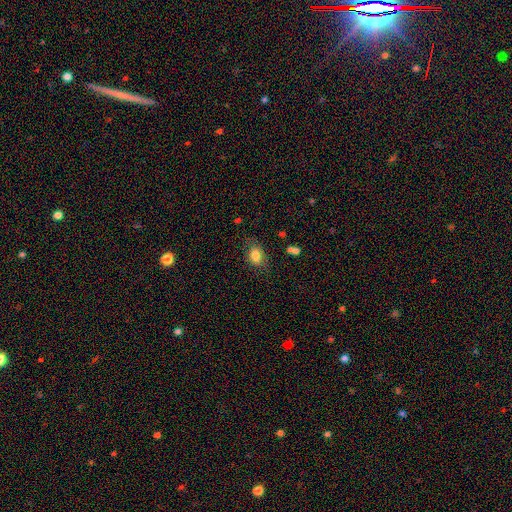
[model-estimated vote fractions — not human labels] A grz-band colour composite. It shows a smooth galaxy with no disk features (80%) that is in between round and cigar-shaped (78%). Merging: none (70%).